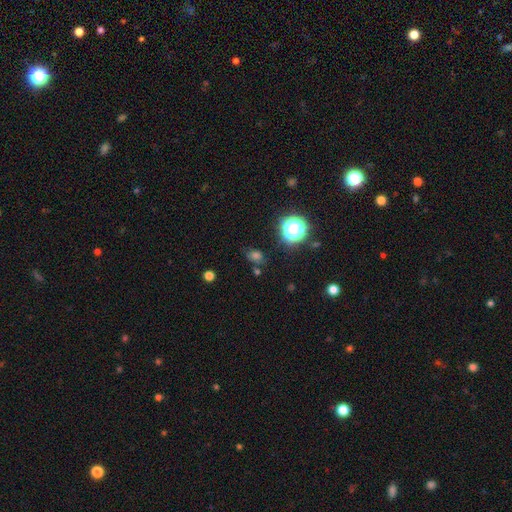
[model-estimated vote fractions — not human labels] Smooth or featured?
  - smooth: 59% *
  - star or artifact: 34%
  - featured or disk: 8%
How rounded?
  - in between: 49% * (tied)
  - round: 49% * (tied)
  - cigar-shaped: 2%
Merging?
  - none: 74% *
  - minor disturbance: 15%
  - merger: 6%
  - major disturbance: 6%